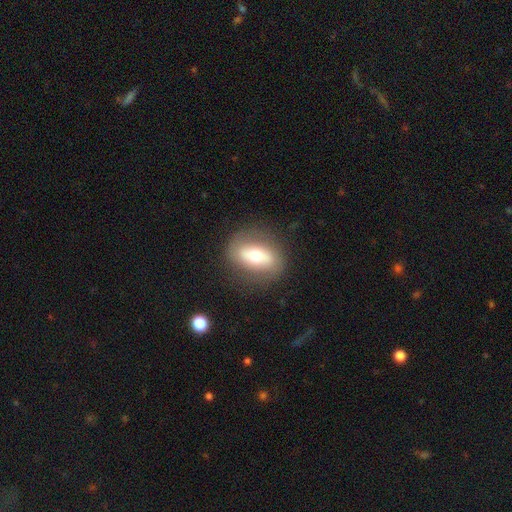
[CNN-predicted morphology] smooth_or_featured: smooth (p=0.47) [alt: featured or disk p=0.45]
merging: none (p=0.81) [alt: minor disturbance p=0.12]